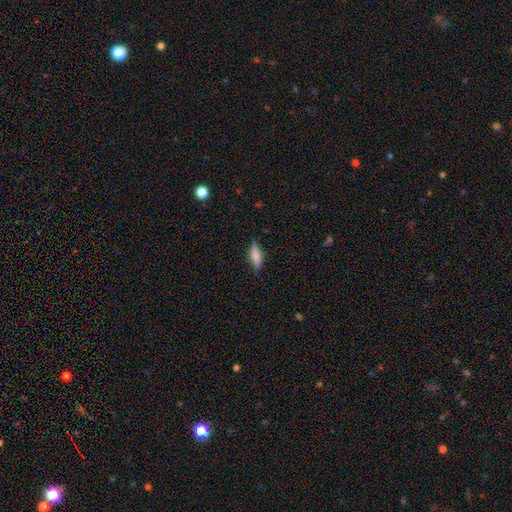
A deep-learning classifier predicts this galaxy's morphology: Overall: smooth (67%). How rounded: cigar-shaped (49%; in between 48%). Merging: none (80%).